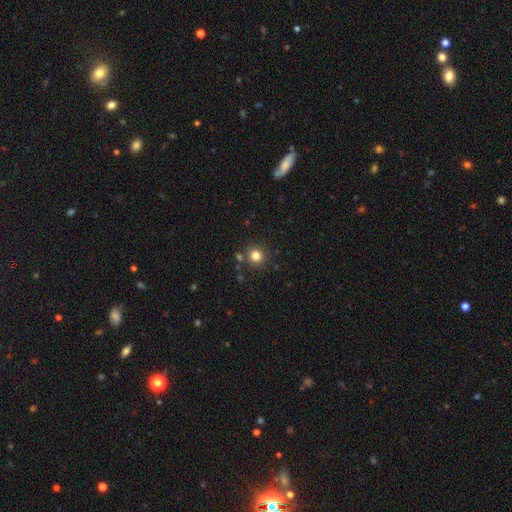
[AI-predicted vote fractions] Overall: smooth (80%). How rounded: round (93%). Merging: none (85%).